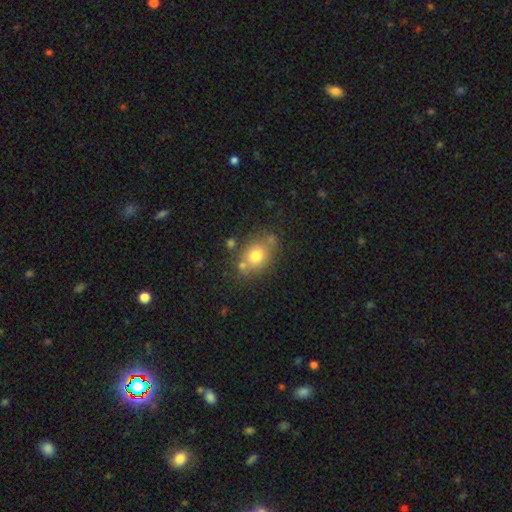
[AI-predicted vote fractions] The model was most divided on "how rounded": in between: 52%, round: 47%, cigar-shaped: 1%. More confident: smooth or featured — smooth (75%); merging — none (68%).